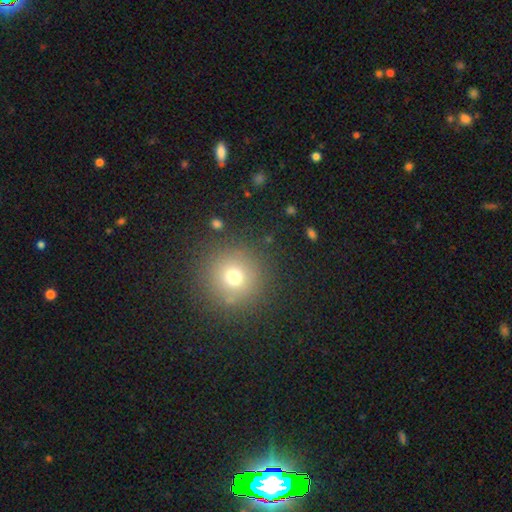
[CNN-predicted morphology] smooth 59%, star or artifact 31%, featured or disk 10%. Down the decision tree: how rounded — round (96%); merging — none (91%).